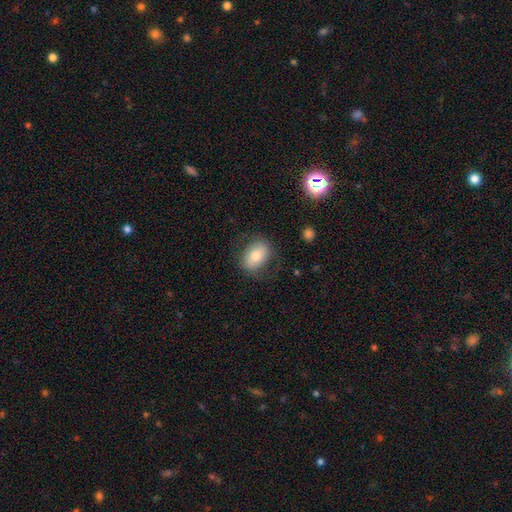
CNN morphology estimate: This is likely a smooth galaxy (70%). How rounded: likely in between (74%). Merging: likely none (75%).